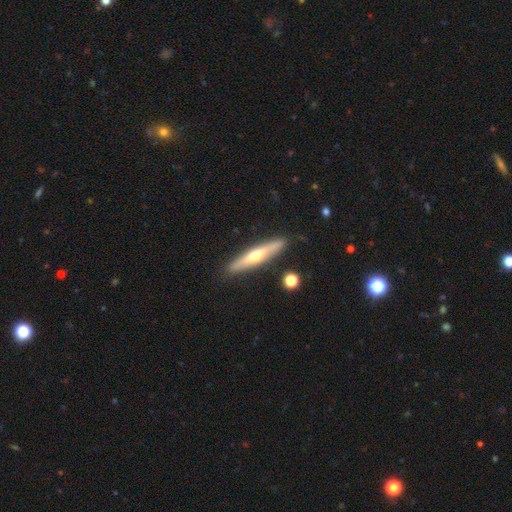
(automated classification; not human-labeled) A featured or disk galaxy (56%) viewed edge-on (92%) with a rounded central bulge (83%). Merging: none (86%).